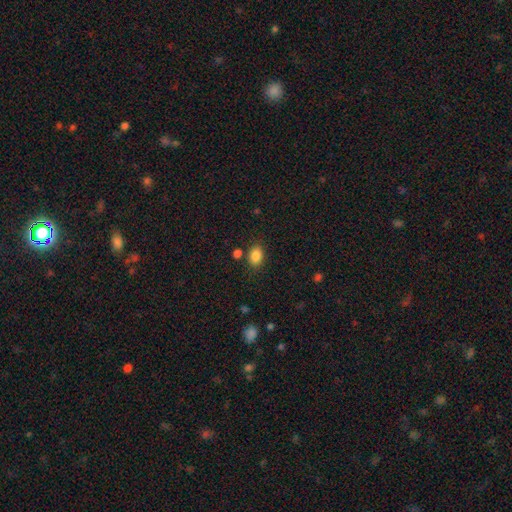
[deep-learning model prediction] Smooth or featured: smooth — 85% (star or artifact — 10%)
How rounded: in between — 72% (round — 27%)
Merging: none — 78% (minor disturbance — 12%)